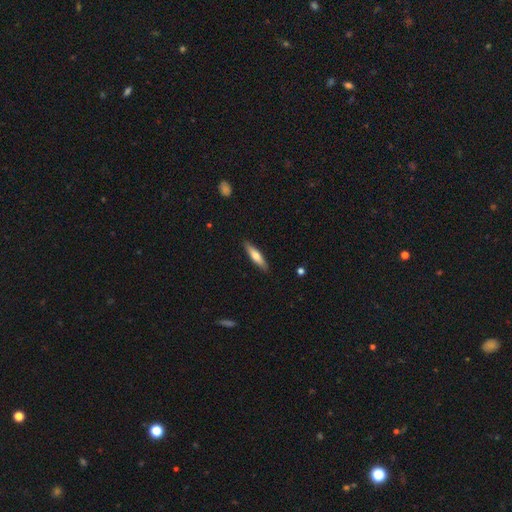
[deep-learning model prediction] Q: Smooth or featured?
A: smooth (60%); runner-up: featured or disk (34%)
Q: How rounded?
A: cigar-shaped (78%); runner-up: in between (20%)
Q: Merging?
A: none (89%); runner-up: minor disturbance (9%)